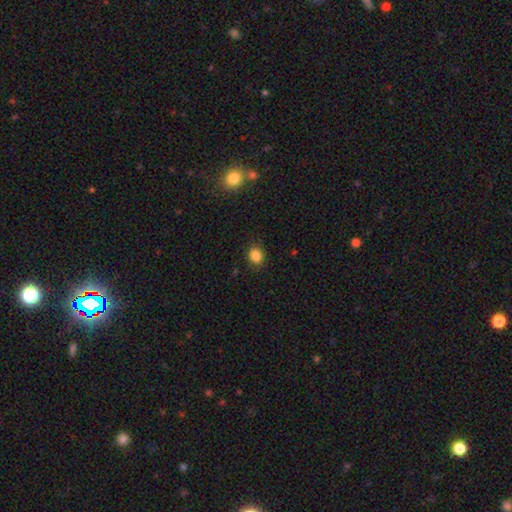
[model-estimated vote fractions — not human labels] This is clearly a smooth galaxy (85%). How rounded: possibly round (58%). Merging: clearly none (87%).